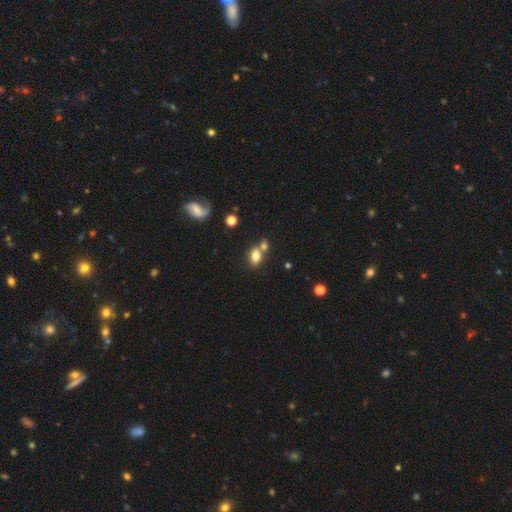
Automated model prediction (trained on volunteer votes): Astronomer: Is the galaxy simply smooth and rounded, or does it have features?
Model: smooth — 79%.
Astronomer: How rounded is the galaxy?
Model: in between — 77%.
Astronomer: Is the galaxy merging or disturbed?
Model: none — 48% (runner-up: merger, 36%).